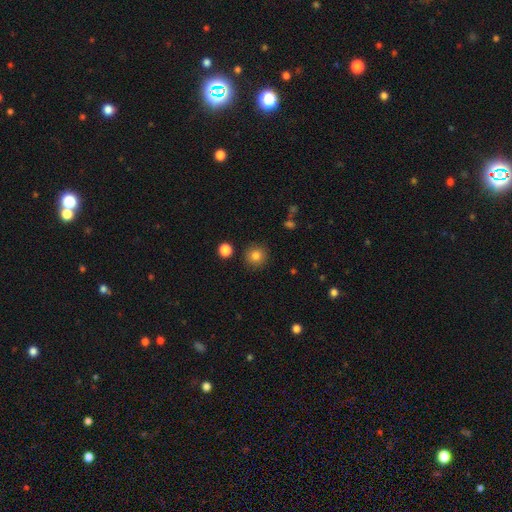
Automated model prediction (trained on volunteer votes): A smooth galaxy with no disk features (83%) that is round (93%). Merging: none (90%).